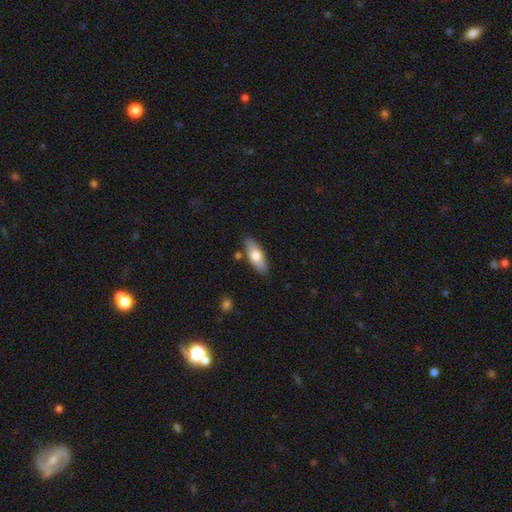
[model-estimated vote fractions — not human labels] smooth_or_featured: smooth (p=0.71) [alt: featured or disk p=0.23]
how_rounded: in between (p=0.73) [alt: cigar-shaped p=0.24]
merging: none (p=0.83) [alt: minor disturbance p=0.11]